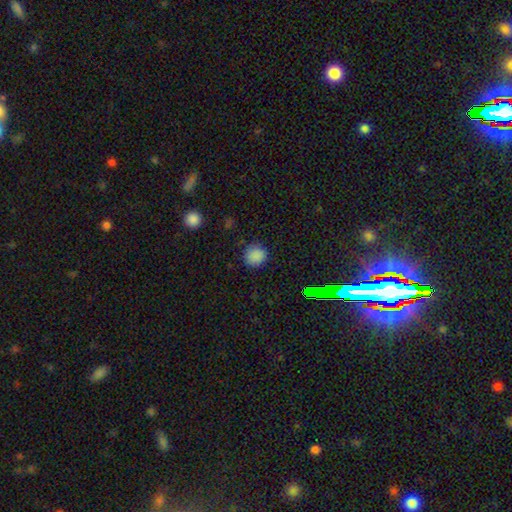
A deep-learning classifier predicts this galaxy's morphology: Smooth or featured: smooth — 84% (star or artifact — 13%)
How rounded: round — 91% (in between — 8%)
Merging: none — 87% (minor disturbance — 10%)